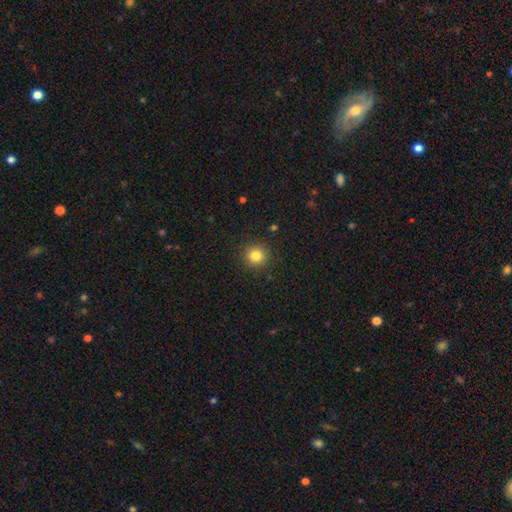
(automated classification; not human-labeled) A smooth galaxy with no disk features (83%) that is round (94%). Merging: none (91%).